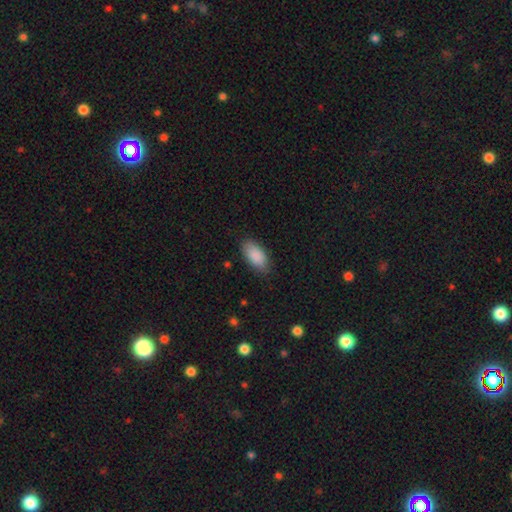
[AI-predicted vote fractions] Smooth or featured? smooth (89%)
How rounded? in between (93%)
Merging? none (83%)